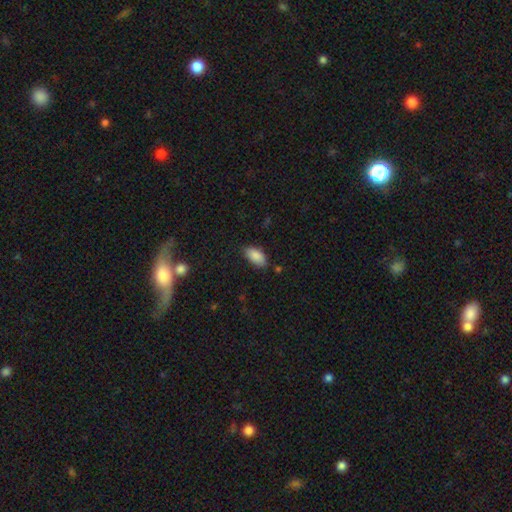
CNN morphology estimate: Overall: smooth (88%). How rounded: in between (94%). Merging: none (76%).